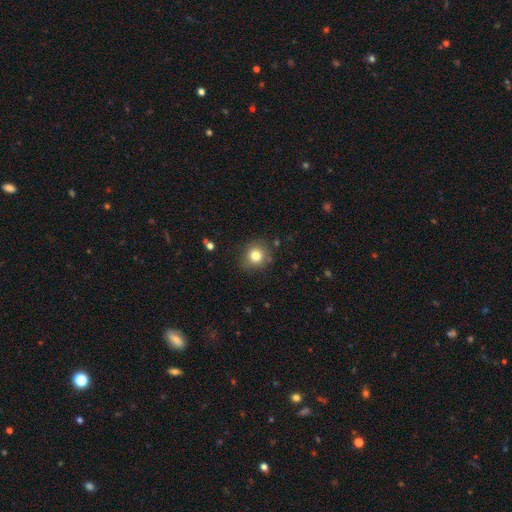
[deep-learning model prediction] smooth_or_featured: smooth (p=0.80) [alt: star or artifact p=0.12]
how_rounded: round (p=0.85) [alt: in between p=0.14]
merging: none (p=0.82) [alt: minor disturbance p=0.13]